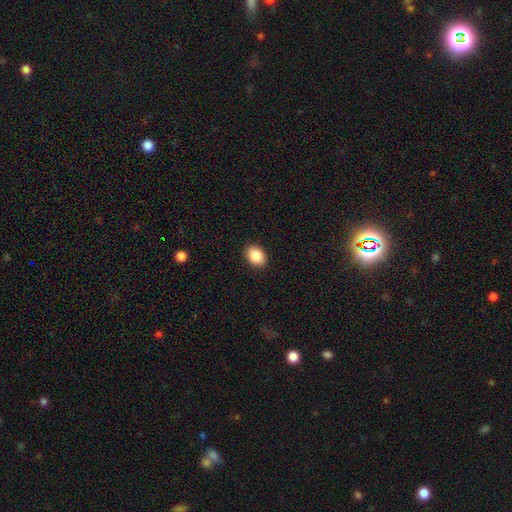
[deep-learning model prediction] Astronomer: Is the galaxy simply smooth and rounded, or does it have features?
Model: smooth — 87%.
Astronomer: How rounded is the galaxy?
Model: in between — 78%.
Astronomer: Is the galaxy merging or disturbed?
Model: none — 90%.